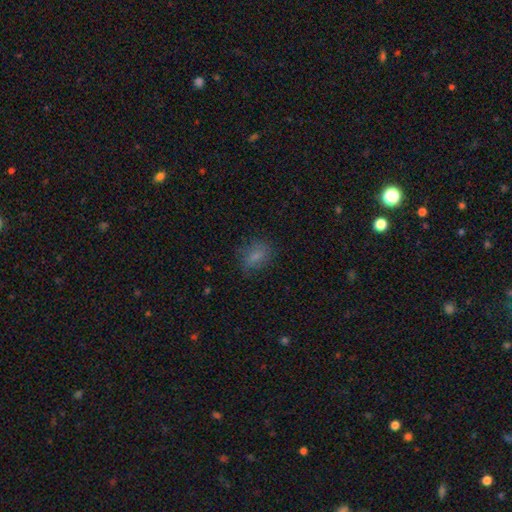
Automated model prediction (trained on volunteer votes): Smooth or featured? Predicted: smooth (p=0.76). How rounded? Predicted: in between (p=0.78). Merging? Predicted: none (p=0.73).